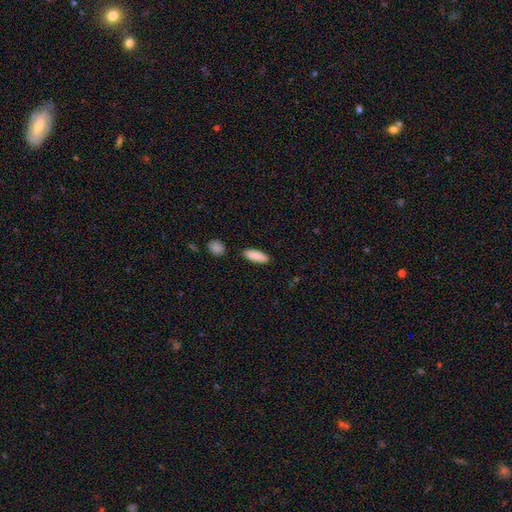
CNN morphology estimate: Smooth or featured? Predicted: smooth (p=0.89). How rounded? Predicted: in between (p=0.61). Merging? Predicted: none (p=0.85).